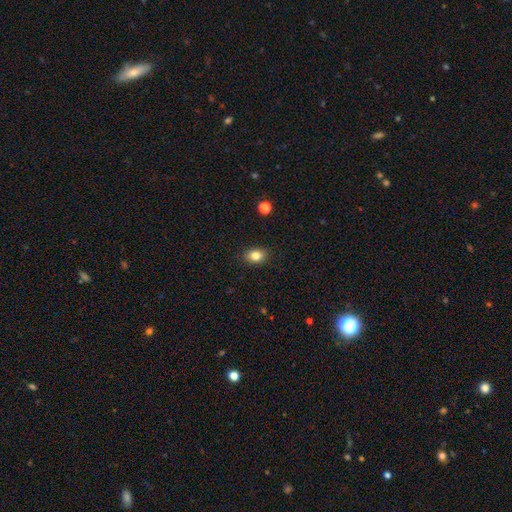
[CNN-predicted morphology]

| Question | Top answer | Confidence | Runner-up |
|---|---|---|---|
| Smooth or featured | smooth | 83% | star or artifact (10%) |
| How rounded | in between | 71% | round (28%) |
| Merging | none | 88% | minor disturbance (9%) |